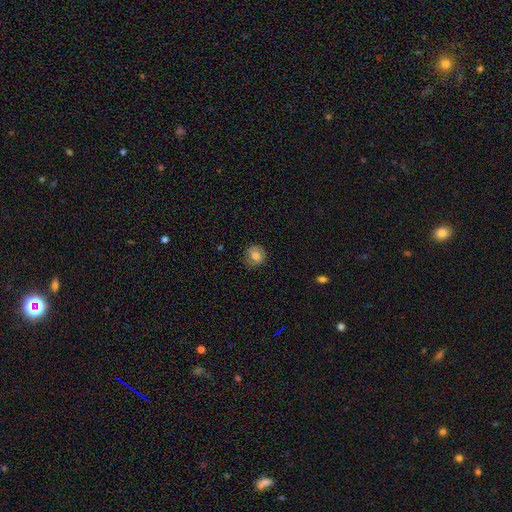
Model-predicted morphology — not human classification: Overall: smooth (73%). How rounded: round (82%). Merging: none (79%).